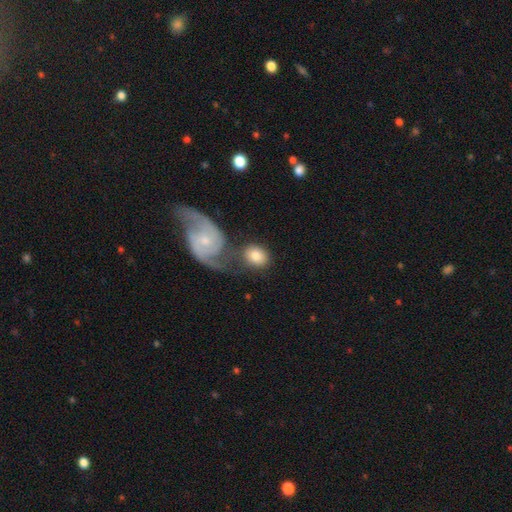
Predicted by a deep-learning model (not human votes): Overall: smooth (73%). How rounded: in between (54%; round 45%). Merging: none (52%; merger 26%).